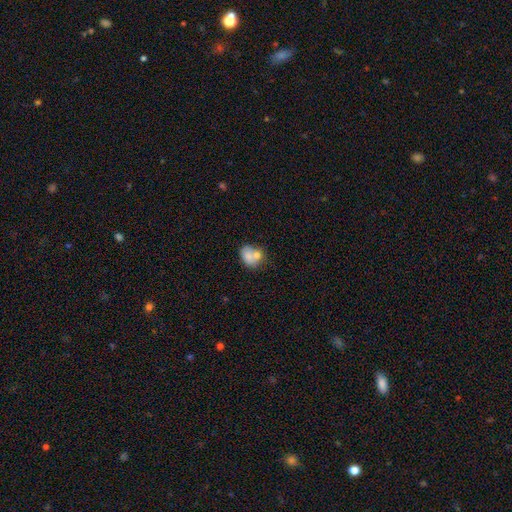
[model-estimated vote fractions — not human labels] Q: Smooth or featured?
A: smooth (71%); runner-up: featured or disk (19%)
Q: How rounded?
A: in between (54%); runner-up: round (44%)
Q: Merging?
A: merger (42%); runner-up: none (37%)